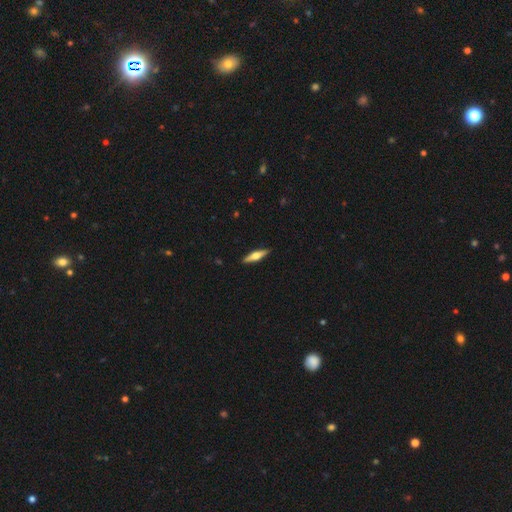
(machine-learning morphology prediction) Overall: featured or disk (54%; smooth 41%). Edge-on disk: yes (95%). Edge-on bulge: rounded (92%). Merging: none (91%).